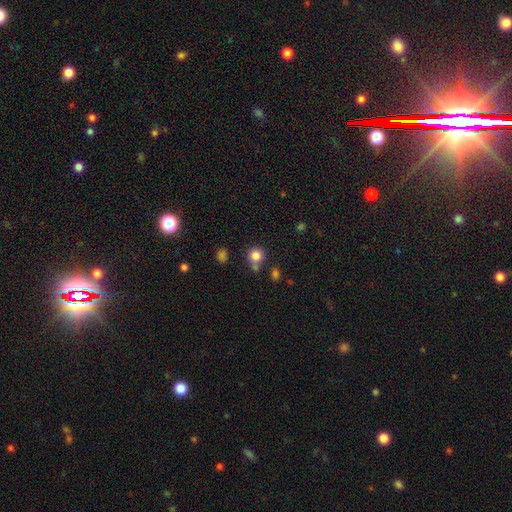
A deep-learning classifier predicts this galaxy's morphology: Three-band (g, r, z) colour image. It shows a smooth galaxy with no disk features (83%) that is round (91%). Merging: none (69%).